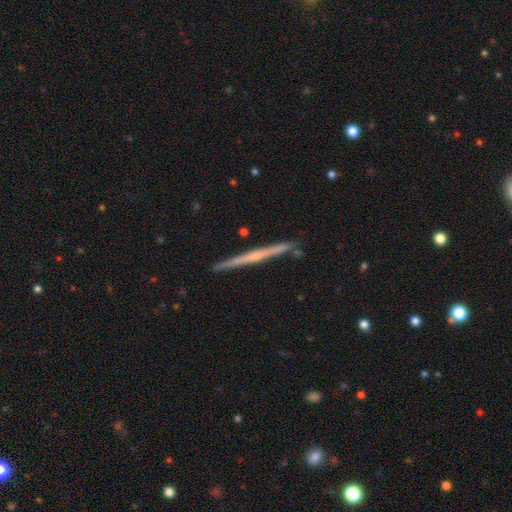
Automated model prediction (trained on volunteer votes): Overall: featured or disk (71%). Edge-on disk: yes (98%). Edge-on bulge: none (52%; rounded 42%). Merging: none (89%).